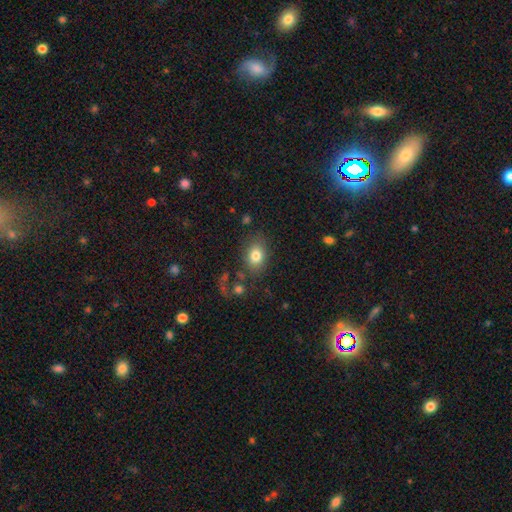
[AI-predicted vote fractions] This is clearly a smooth galaxy (81%). How rounded: likely in between (64%). Merging: likely none (77%).